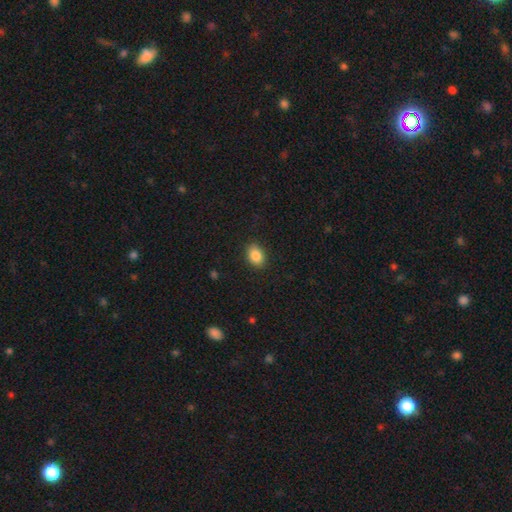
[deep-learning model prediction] Smooth or featured: smooth — 87% (star or artifact — 9%)
How rounded: in between — 75% (round — 23%)
Merging: none — 88% (minor disturbance — 9%)